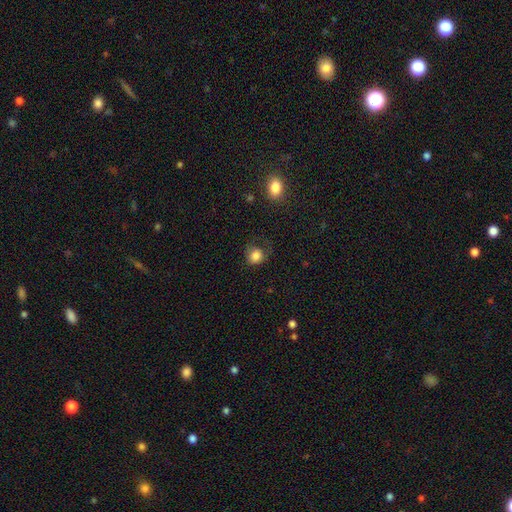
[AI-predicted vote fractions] Smooth or featured: smooth — 84% (star or artifact — 10%)
How rounded: round — 79% (in between — 20%)
Merging: none — 59% (minor disturbance — 25%)